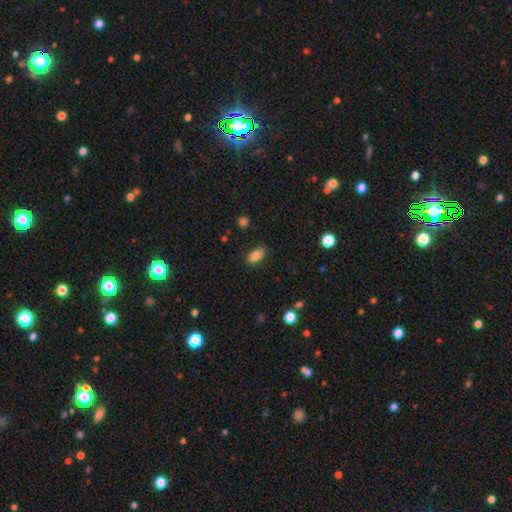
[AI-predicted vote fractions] This appears to be a smooth galaxy with no disk features (83%) that is in between round and cigar-shaped (91%). Merging: none (83%).